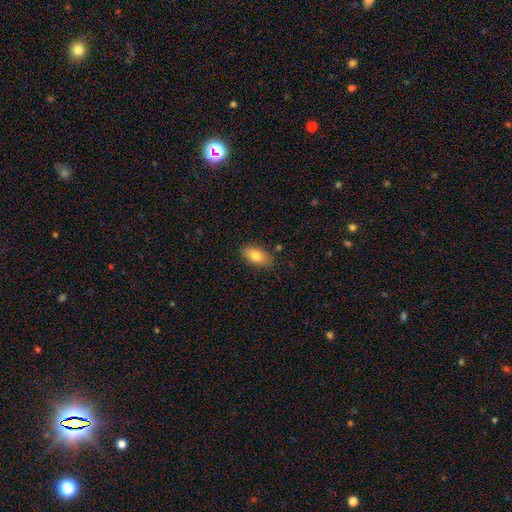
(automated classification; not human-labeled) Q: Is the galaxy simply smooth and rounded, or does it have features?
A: smooth — 80%.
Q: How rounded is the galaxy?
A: in between — 89%.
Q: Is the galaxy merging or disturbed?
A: none — 83%.